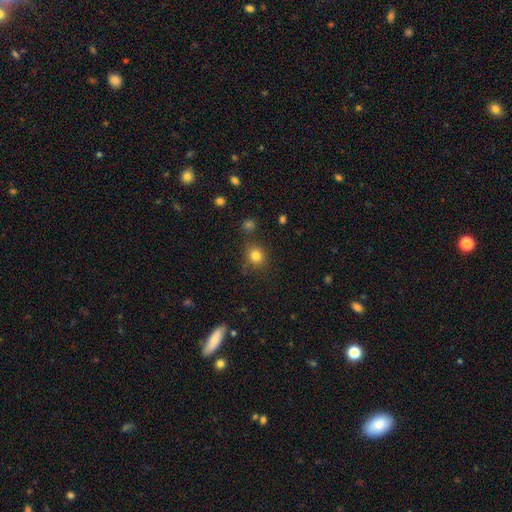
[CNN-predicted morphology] smooth-or-featured: smooth: 81% | star or artifact: 13% | featured or disk: 6%
  how-rounded: round: 81% | in between: 18% | cigar-shaped: 1%
  merging: none: 78% | minor disturbance: 13% | merger: 4% | major disturbance: 4%